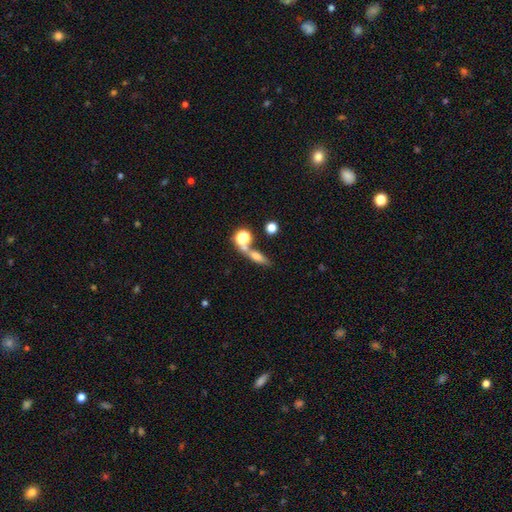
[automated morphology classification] type=smooth (48%); merging=none (53%).